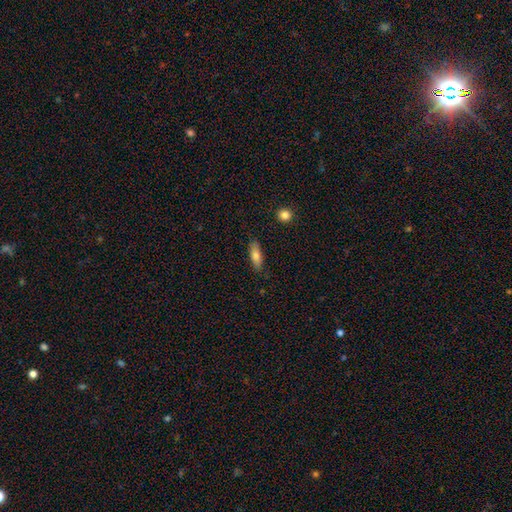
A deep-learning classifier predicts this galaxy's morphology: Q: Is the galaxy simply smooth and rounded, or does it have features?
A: smooth — 73%.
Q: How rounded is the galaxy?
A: in between — 51%.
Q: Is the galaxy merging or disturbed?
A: none — 84%.